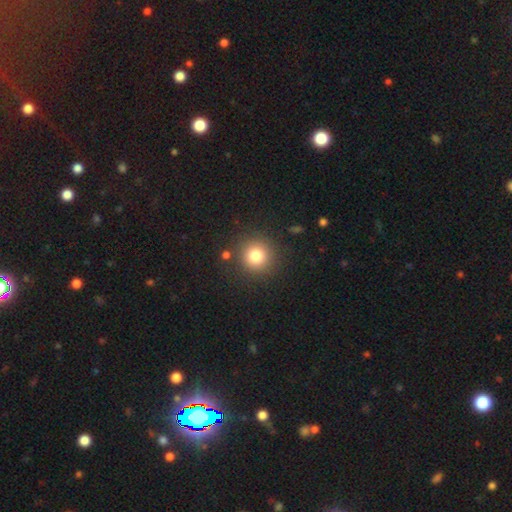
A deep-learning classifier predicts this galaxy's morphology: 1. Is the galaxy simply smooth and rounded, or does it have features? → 80% smooth, 12% star or artifact, 8% featured or disk.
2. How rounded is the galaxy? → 94% round, 5% in between, 1% cigar-shaped.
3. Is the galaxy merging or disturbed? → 87% none, 7% minor disturbance, 3% merger, 3% major disturbance.